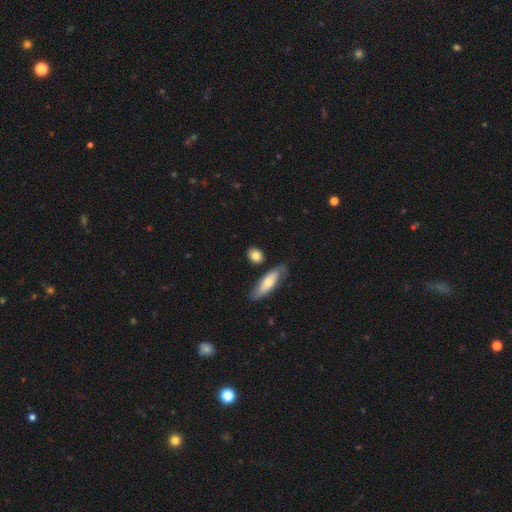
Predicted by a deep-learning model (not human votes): Smooth or featured? Predicted: smooth (p=0.80). How rounded? Predicted: in between (p=0.47). Merging? Predicted: none (p=0.76).